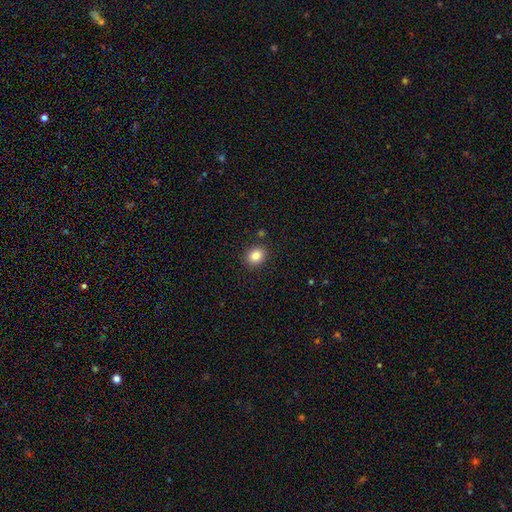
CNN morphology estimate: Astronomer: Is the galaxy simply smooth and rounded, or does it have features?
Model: smooth — 84%.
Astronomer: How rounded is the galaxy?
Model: round — 64%.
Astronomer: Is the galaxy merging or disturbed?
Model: none — 88%.